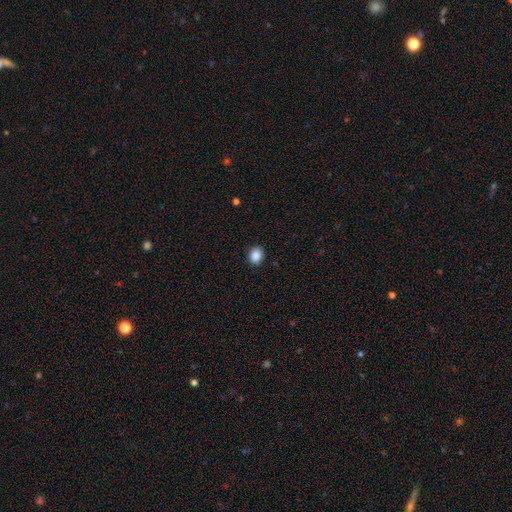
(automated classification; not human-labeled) The model was most divided on "how rounded": round: 61%, in between: 38%, cigar-shaped: 1%. More confident: merging — none (90%); smooth or featured — smooth (87%).